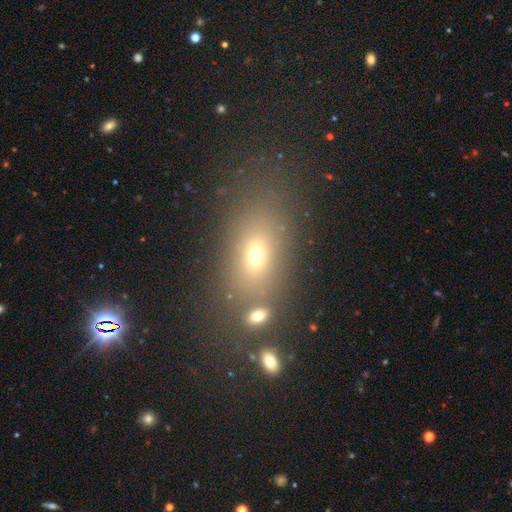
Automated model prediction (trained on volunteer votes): Smooth or featured: smooth — 59% (star or artifact — 24%)
How rounded: in between — 72% (round — 19%)
Merging: none — 73% (minor disturbance — 12%)